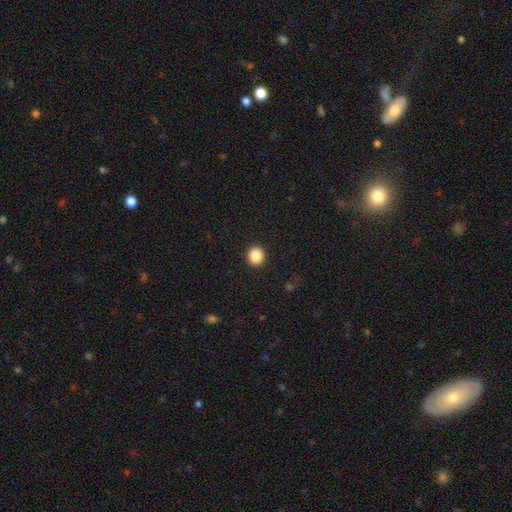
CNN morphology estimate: smooth_or_featured: smooth (p=0.87) [alt: star or artifact p=0.09]
how_rounded: round (p=0.81) [alt: in between p=0.18]
merging: none (p=0.92) [alt: minor disturbance p=0.05]